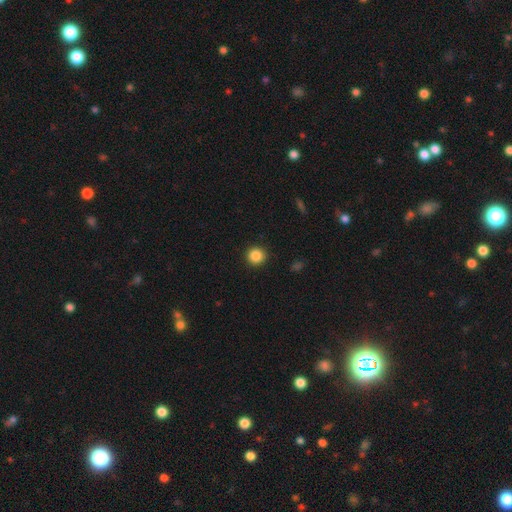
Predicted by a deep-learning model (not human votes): Overall: smooth (86%). How rounded: round (94%). Merging: none (92%).